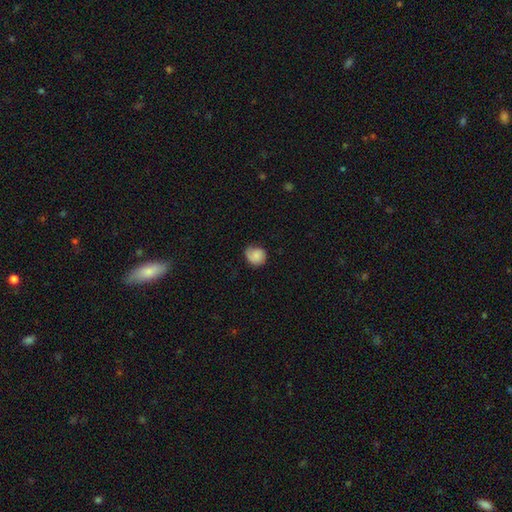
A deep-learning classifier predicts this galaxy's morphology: Overall: smooth (73%). How rounded: round (73%). Merging: none (55%; minor disturbance 32%).